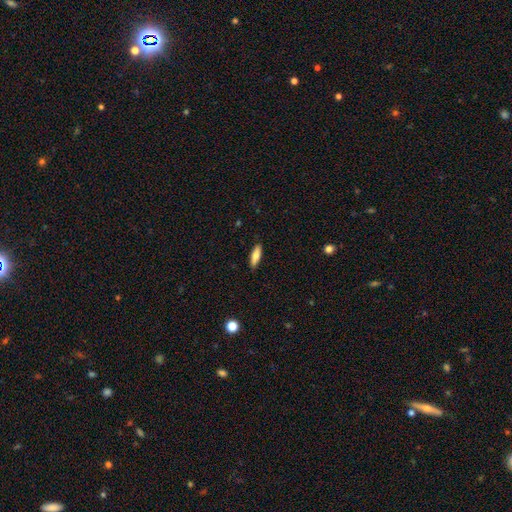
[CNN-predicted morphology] This appears to be a smooth galaxy with no disk features (78%) that is cigar-shaped (52%). Merging: none (88%).